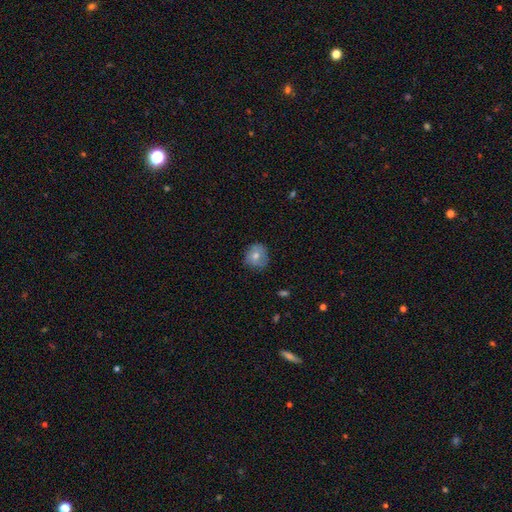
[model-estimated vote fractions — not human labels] This appears to be a smooth galaxy with no disk features (71%) that is round (84%). Merging: none (74%).